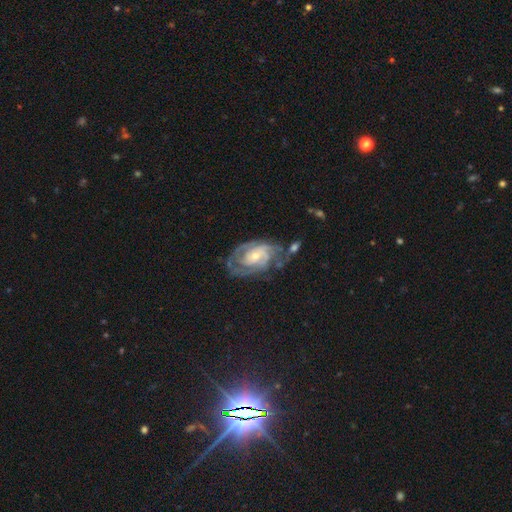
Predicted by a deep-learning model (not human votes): A featured or disk galaxy (87%) with no bar (66%), 2 (29%) tight (61%) spiral arms (95%) and a small central bulge (51%). Merging: none (57%).